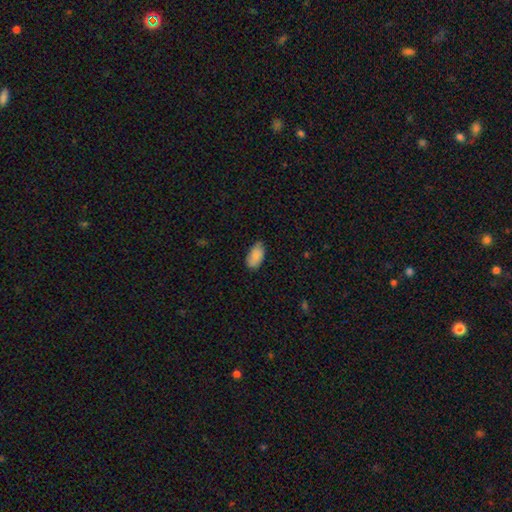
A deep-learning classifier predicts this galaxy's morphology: A smooth galaxy with no disk features (83%) that is in between round and cigar-shaped (94%). Merging: none (73%).